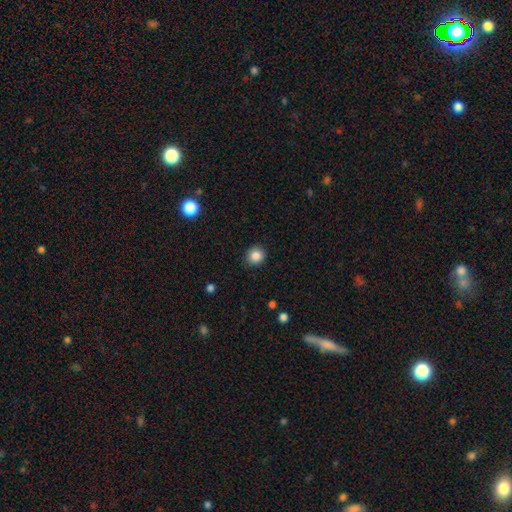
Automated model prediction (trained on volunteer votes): smooth 85%, star or artifact 10%, featured or disk 4%. Down the decision tree: how rounded — round (90%); merging — none (90%).